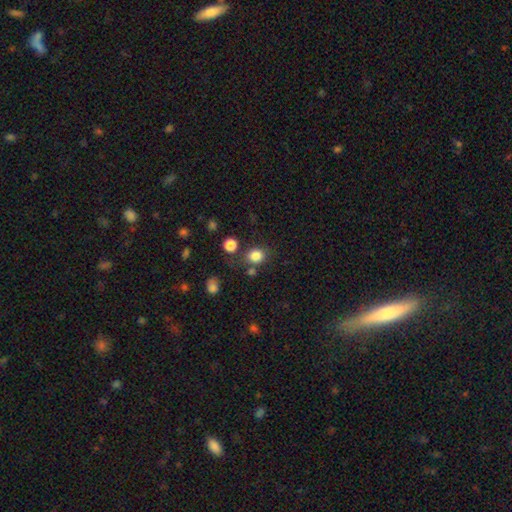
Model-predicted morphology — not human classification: The model was most divided on "how rounded": round: 72%, in between: 27%, cigar-shaped: 1%. More confident: smooth or featured — smooth (83%); merging — none (73%).